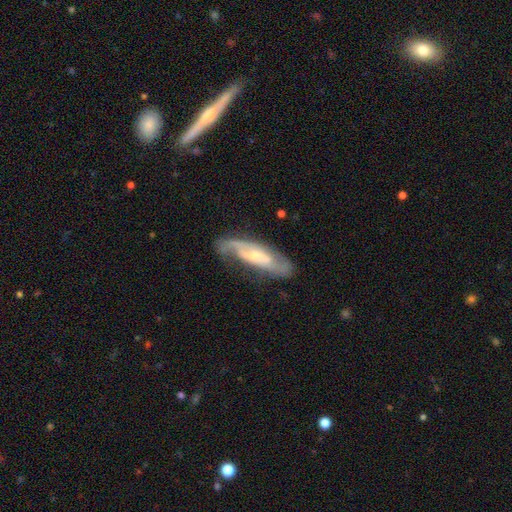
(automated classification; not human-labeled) Q: Smooth or featured?
A: featured or disk (76%); runner-up: smooth (19%)
Q: Edge-on disk?
A: no (80%); runner-up: yes (20%)
Q: Bar?
A: no (50%); runner-up: weak (37%)
Q: Spiral arms?
A: yes (89%); runner-up: no (11%)
Q: Spiral winding?
A: medium (44%); runner-up: tight (32%)
Q: Spiral arm count?
A: 2 (64%); runner-up: can't tell (19%)
Q: Bulge size?
A: small (53%); runner-up: moderate (37%)
Q: Merging?
A: none (65%); runner-up: minor disturbance (22%)